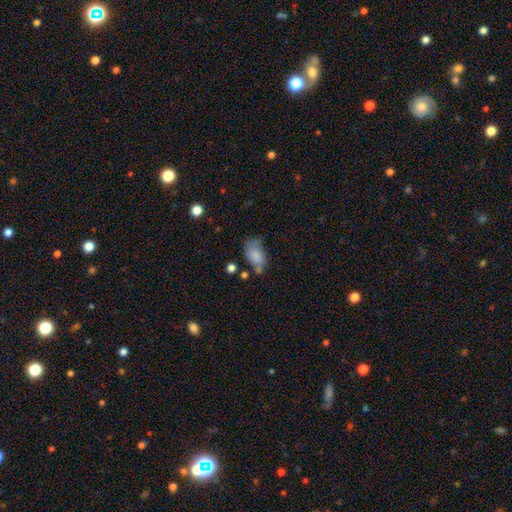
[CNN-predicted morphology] This appears to be a smooth galaxy with no disk features (79%) that is in between round and cigar-shaped (91%). Merging: none (45%).